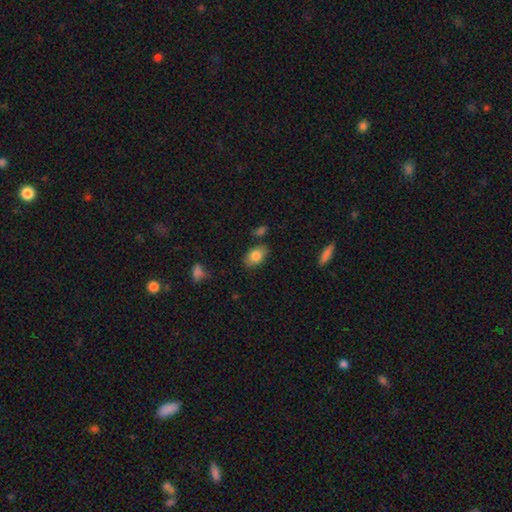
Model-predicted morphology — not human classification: Overall: smooth (81%). How rounded: in between (88%). Merging: none (79%).